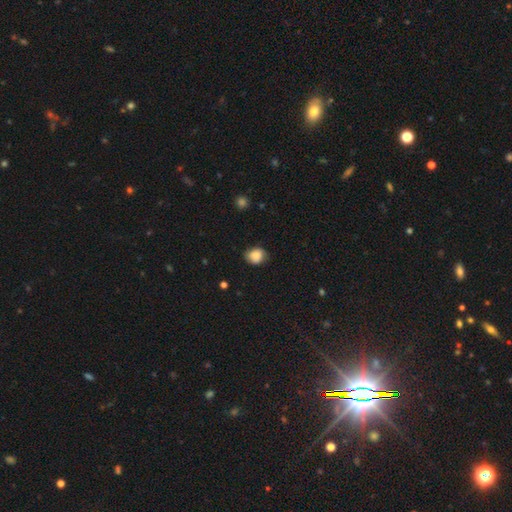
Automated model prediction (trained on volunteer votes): A smooth galaxy with no disk features (84%) that is round (63%).

Vote fractions:
- Smooth or featured? smooth: 84% / star or artifact: 9% / featured or disk: 7%
- How rounded? round: 63% / in between: 36% / cigar-shaped: 1%
- Merging? none: 73% / minor disturbance: 22% / major disturbance: 4% / merger: 1%